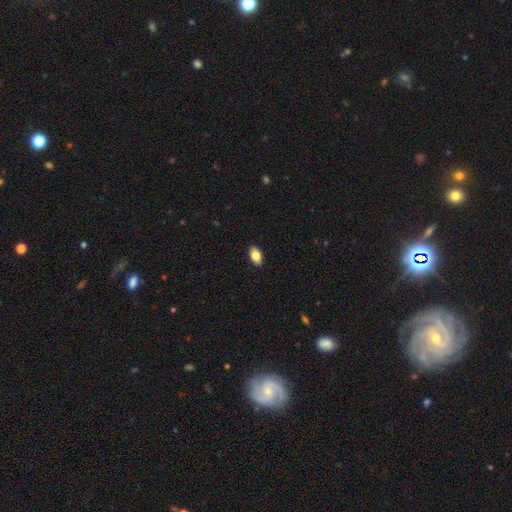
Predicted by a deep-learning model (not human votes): A smooth galaxy with no disk features (81%) that is in between round and cigar-shaped (92%). Merging: none (90%).